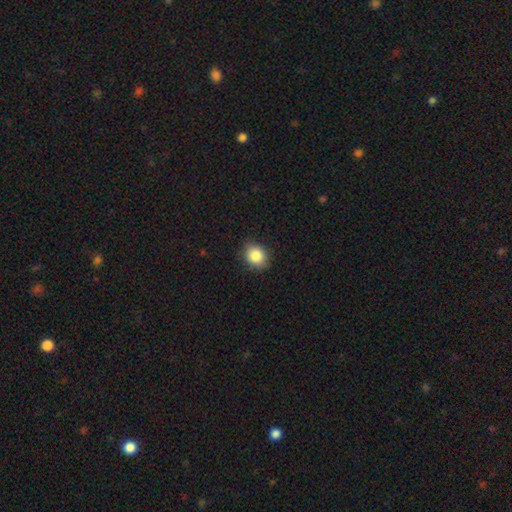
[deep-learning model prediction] Smooth or featured? Predicted: smooth (p=0.86). How rounded? Predicted: round (p=0.53). Merging? Predicted: none (p=0.84).